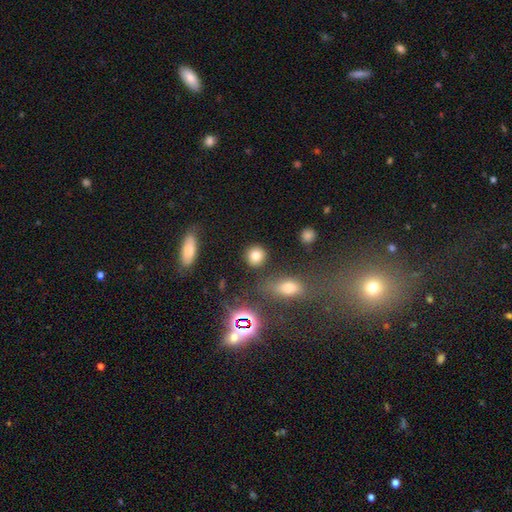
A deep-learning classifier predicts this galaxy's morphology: smooth-or-featured: smooth: 78% | star or artifact: 14% | featured or disk: 8%
  how-rounded: round: 85% | in between: 14% | cigar-shaped: 2%
  merging: none: 84% | minor disturbance: 8% | merger: 5% | major disturbance: 3%